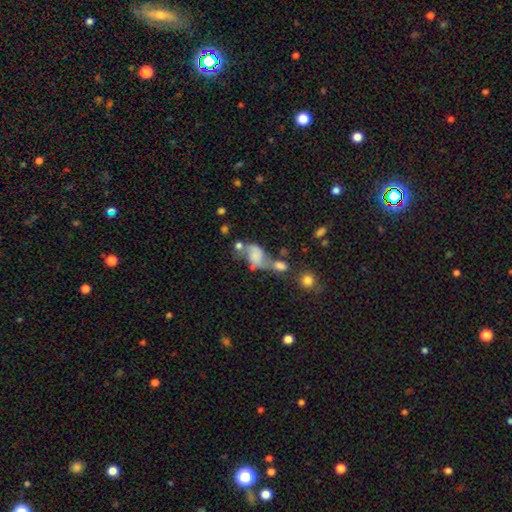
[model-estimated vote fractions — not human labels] Smooth or featured?
  - smooth: 48% *
  - featured or disk: 40%
  - star or artifact: 12%
Merging?
  - merger: 39% *
  - none: 22%
  - major disturbance: 22%
  - minor disturbance: 17%